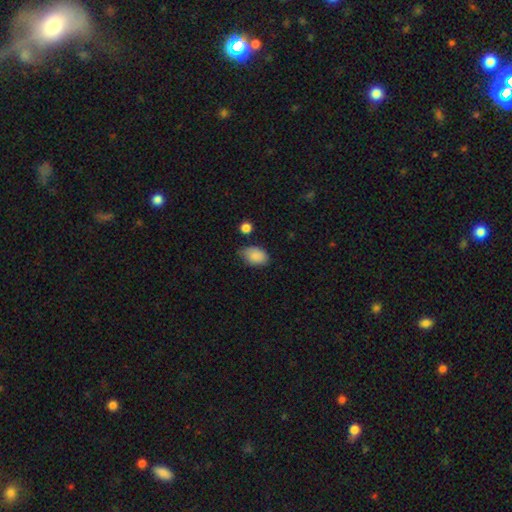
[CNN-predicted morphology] A smooth galaxy with no disk features (87%) that is in between round and cigar-shaped (85%). Merging: none (65%).